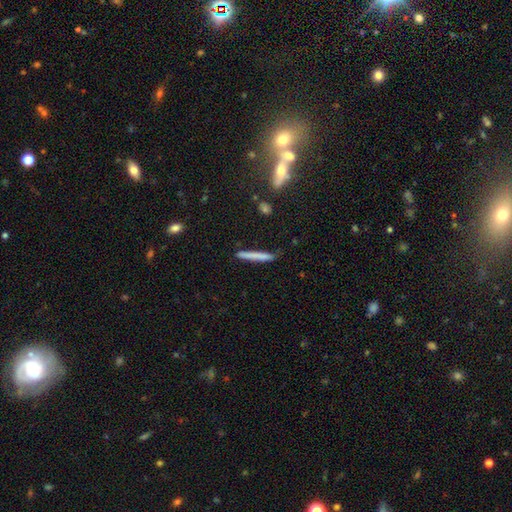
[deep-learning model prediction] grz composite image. It shows a smooth galaxy with no disk features (67%) that is cigar-shaped (96%). Merging: none (81%).